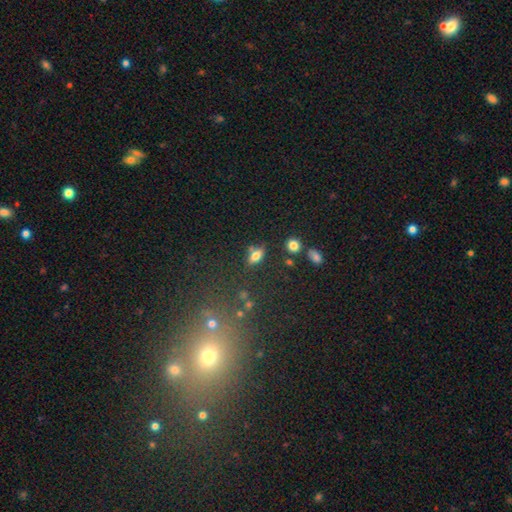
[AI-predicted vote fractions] smooth-or-featured: smooth: 74% | featured or disk: 15% | star or artifact: 11%
  how-rounded: in between: 84% | cigar-shaped: 9% | round: 7%
  merging: none: 67% | minor disturbance: 16% | merger: 12% | major disturbance: 5%